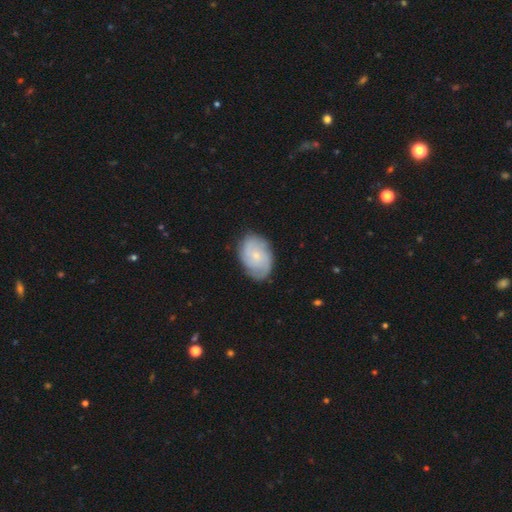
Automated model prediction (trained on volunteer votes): This is possibly a featured or disk galaxy (56%). It is clearly not viewed edge-on (97%). Bar: likely no (76%). Spiral arm pattern: clearly yes (87%). Central bulge: likely small (72%). Merging: likely none (77%).